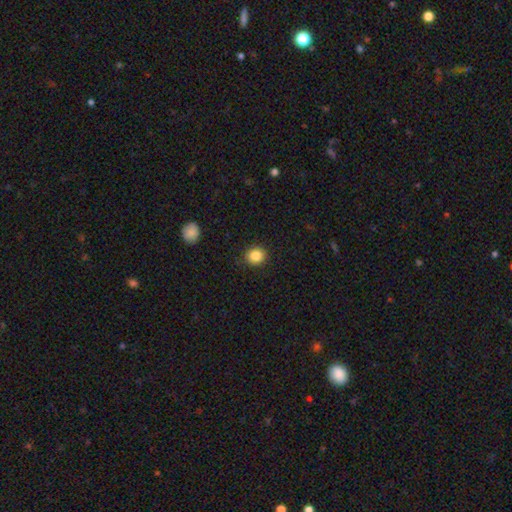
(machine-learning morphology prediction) A smooth galaxy with no disk features (85%) that is round (86%).

Vote fractions:
- Smooth or featured? smooth: 85% / star or artifact: 10% / featured or disk: 5%
- How rounded? round: 86% / in between: 13% / cigar-shaped: 1%
- Merging? none: 91% / minor disturbance: 6% / major disturbance: 2% / merger: 1%